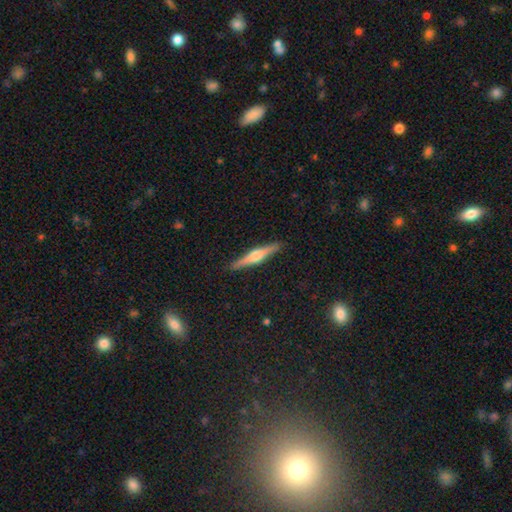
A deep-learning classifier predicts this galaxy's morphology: This appears to be a featured or disk galaxy (69%) viewed edge-on (98%) with a rounded central bulge (90%). Merging: none (91%).